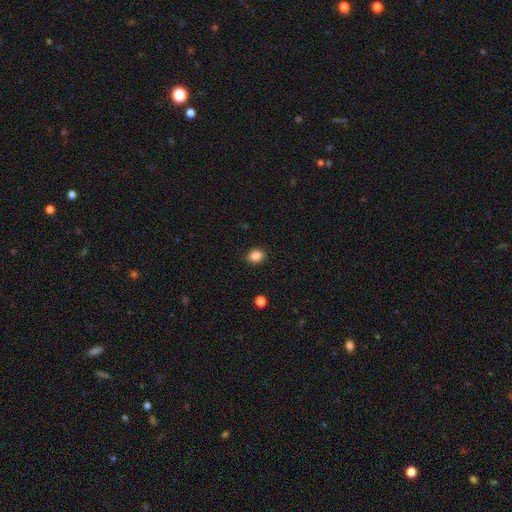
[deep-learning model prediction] smooth_or_featured: smooth (p=0.86) [alt: star or artifact p=0.10]
how_rounded: round (p=0.56) [alt: in between p=0.43]
merging: none (p=0.89) [alt: minor disturbance p=0.08]